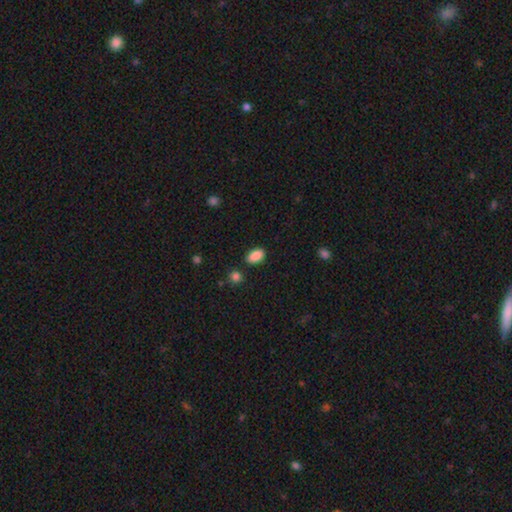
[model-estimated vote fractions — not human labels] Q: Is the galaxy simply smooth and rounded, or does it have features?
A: smooth — 88%.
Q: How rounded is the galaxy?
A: in between — 91%.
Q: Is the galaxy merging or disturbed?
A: none — 82%.